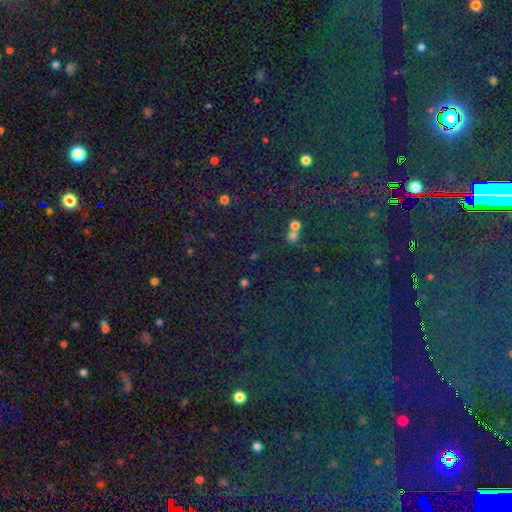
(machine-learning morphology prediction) This is clearly a star or artifact rather than a galaxy (81%).